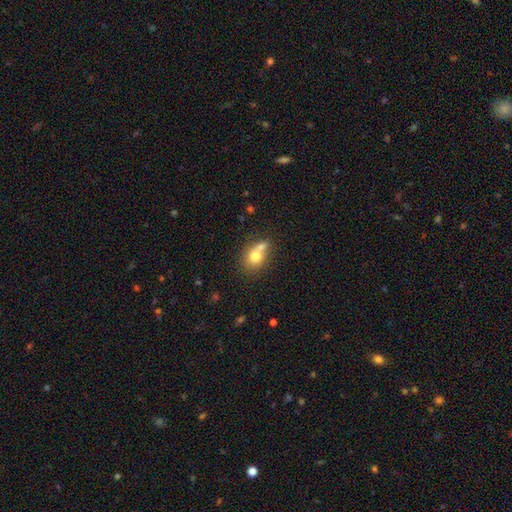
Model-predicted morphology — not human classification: Smooth or featured?
  - smooth: 72% *
  - featured or disk: 17%
  - star or artifact: 10%
How rounded?
  - round: 56% *
  - in between: 43%
  - cigar-shaped: 1%
Merging?
  - merger: 49% *
  - none: 34%
  - minor disturbance: 12%
  - major disturbance: 5%